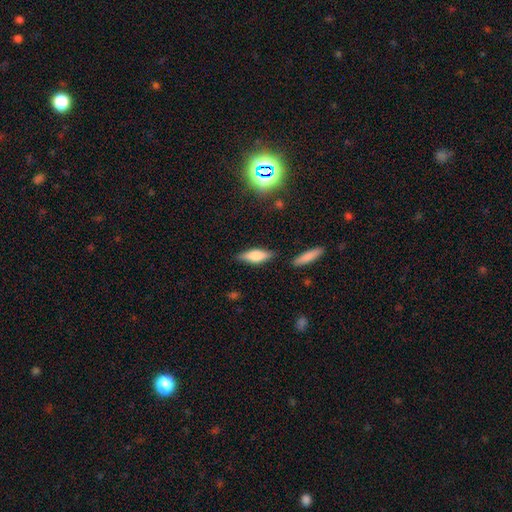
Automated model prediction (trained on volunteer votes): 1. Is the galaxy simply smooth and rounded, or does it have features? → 63% smooth, 29% featured or disk, 8% star or artifact.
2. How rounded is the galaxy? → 57% in between, 40% cigar-shaped, 3% round.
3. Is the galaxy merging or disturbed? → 82% none, 12% minor disturbance, 4% merger, 3% major disturbance.